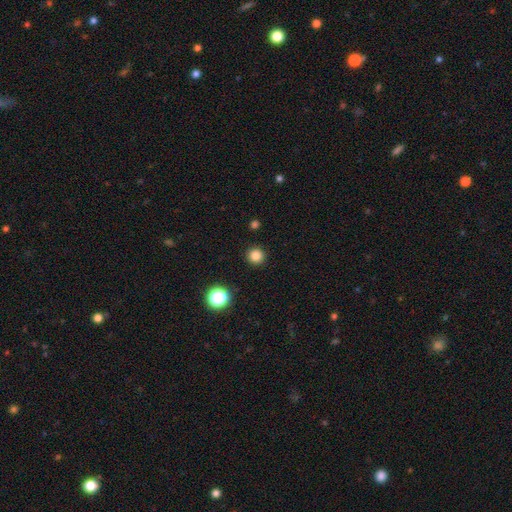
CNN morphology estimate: Smooth or featured? smooth (83%)
How rounded? round (95%)
Merging? none (92%)